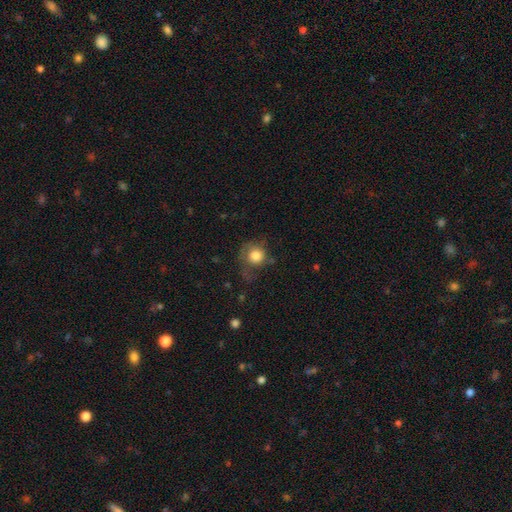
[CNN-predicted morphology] smooth_or_featured: smooth (p=0.79) [alt: featured or disk p=0.13]
how_rounded: round (p=0.84) [alt: in between p=0.15]
merging: none (p=0.48) [alt: minor disturbance p=0.27]